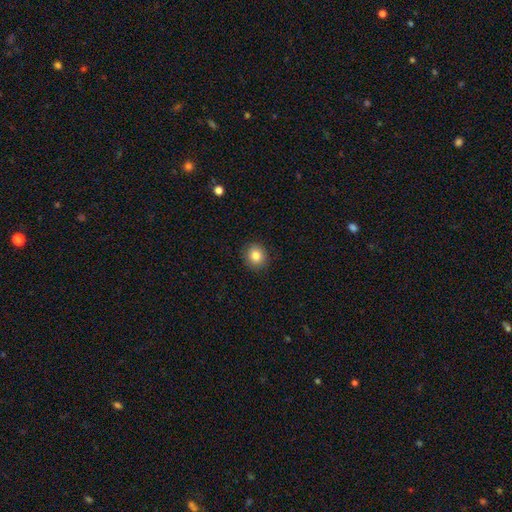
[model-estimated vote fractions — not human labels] A smooth galaxy with no disk features (83%) that is round (83%).

Vote fractions:
- Smooth or featured? smooth: 83% / star or artifact: 10% / featured or disk: 7%
- How rounded? round: 83% / in between: 17% / cigar-shaped: 1%
- Merging? none: 91% / minor disturbance: 6% / major disturbance: 2% / merger: 1%